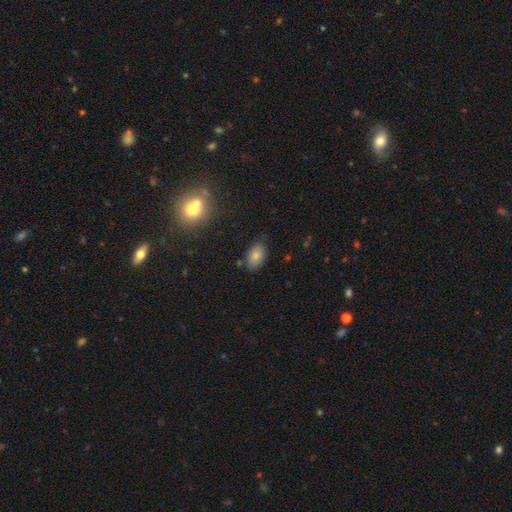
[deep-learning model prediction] smooth 79%, featured or disk 10%, star or artifact 10%. Down the decision tree: how rounded — in between (90%); merging — none (81%).